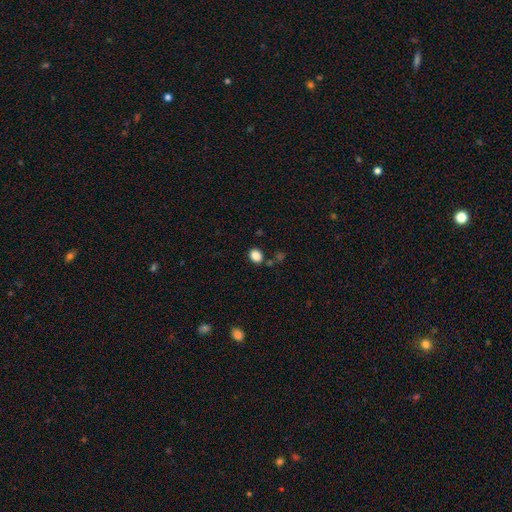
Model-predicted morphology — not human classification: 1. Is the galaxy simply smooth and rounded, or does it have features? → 85% smooth, 11% star or artifact, 4% featured or disk.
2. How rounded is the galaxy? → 53% in between, 46% round, 1% cigar-shaped.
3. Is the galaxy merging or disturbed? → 81% none, 10% minor disturbance, 6% merger, 3% major disturbance.